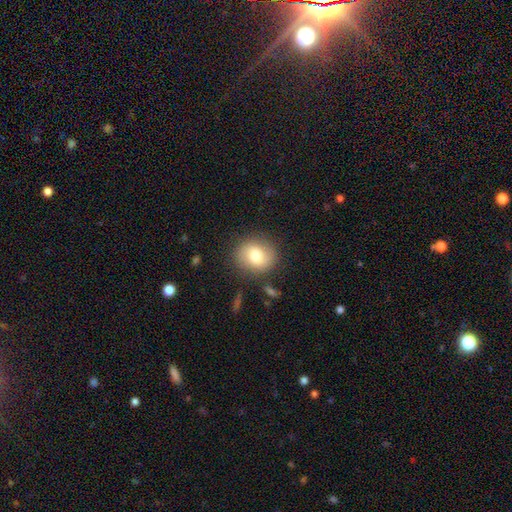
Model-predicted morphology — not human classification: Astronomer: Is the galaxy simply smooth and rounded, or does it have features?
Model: smooth — 71%.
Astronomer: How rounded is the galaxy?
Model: round — 79%.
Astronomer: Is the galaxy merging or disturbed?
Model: none — 82%.